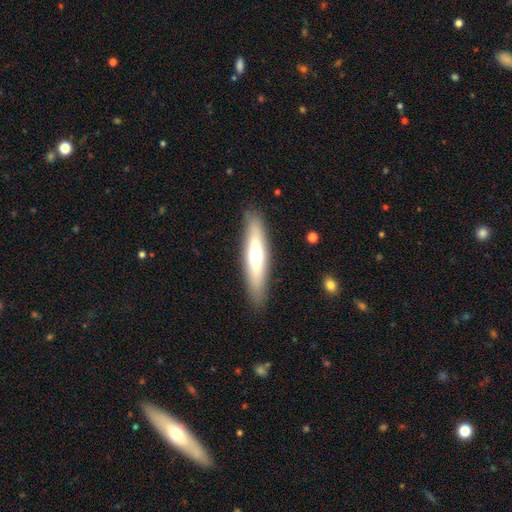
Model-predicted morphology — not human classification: type=smooth (52%); roundness=cigar-shaped (79%); merging=none (88%).